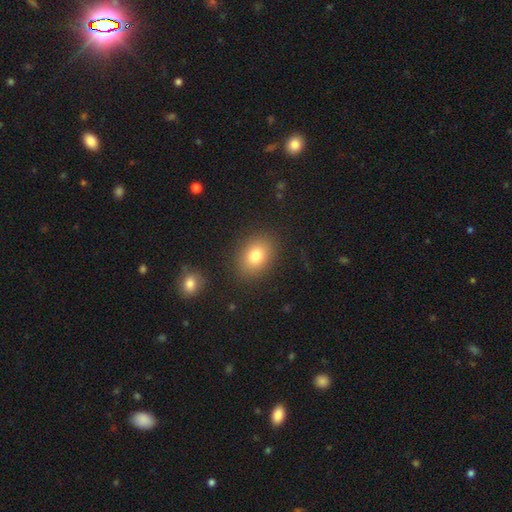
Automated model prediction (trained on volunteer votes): Q: Smooth or featured?
A: smooth (79%); runner-up: star or artifact (11%)
Q: How rounded?
A: in between (61%); runner-up: round (38%)
Q: Merging?
A: none (86%); runner-up: minor disturbance (9%)